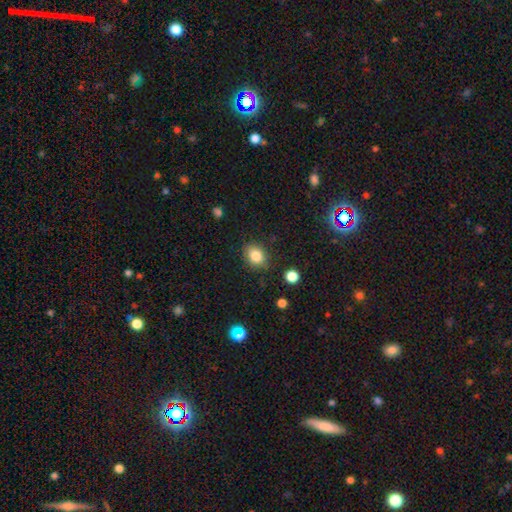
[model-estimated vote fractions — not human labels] Smooth or featured? smooth (83%)
How rounded? in between (50%)
Merging? none (81%)